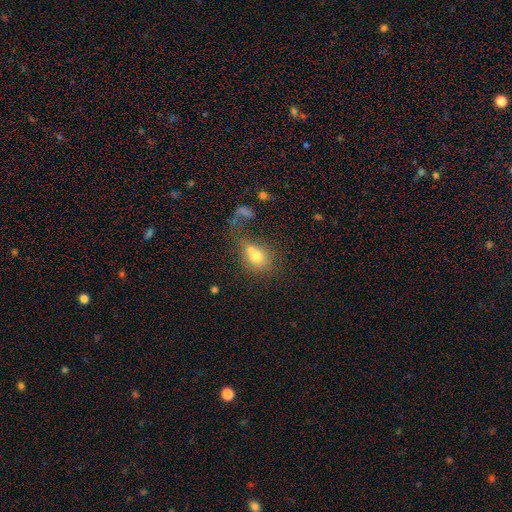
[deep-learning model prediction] Smooth or featured: smooth — 67% (featured or disk — 21%)
How rounded: round — 58% (in between — 40%)
Merging: merger — 51% (none — 23%)